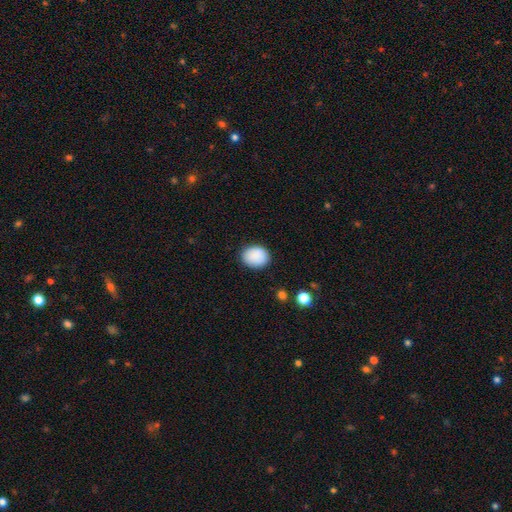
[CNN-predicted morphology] Smooth or featured?
  - smooth: 89% *
  - star or artifact: 7%
  - featured or disk: 3%
How rounded?
  - round: 51% *
  - in between: 48%
  - cigar-shaped: 1%
Merging?
  - none: 87% *
  - minor disturbance: 10%
  - major disturbance: 2%
  - merger: 1%